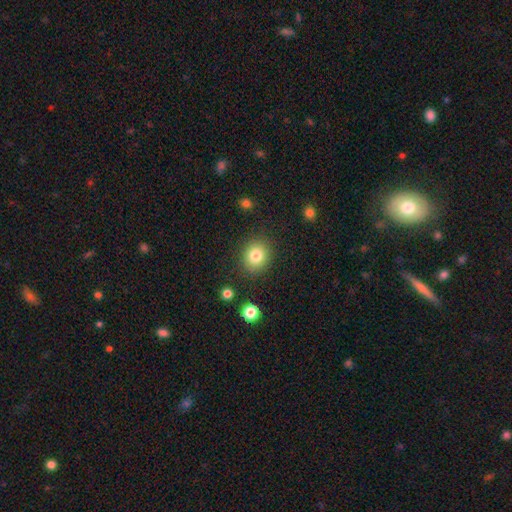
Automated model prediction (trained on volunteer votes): Smooth or featured?
  - smooth: 81% *
  - star or artifact: 11%
  - featured or disk: 8%
How rounded?
  - round: 76% *
  - in between: 23%
  - cigar-shaped: 1%
Merging?
  - none: 86% *
  - minor disturbance: 9%
  - major disturbance: 3%
  - merger: 2%